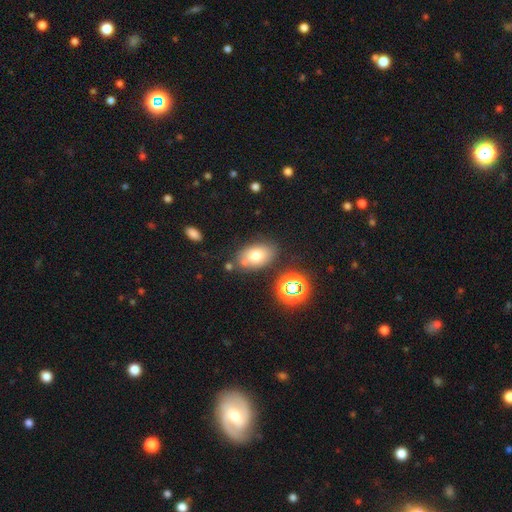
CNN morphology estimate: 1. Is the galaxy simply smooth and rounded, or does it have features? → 72% smooth, 15% featured or disk, 13% star or artifact.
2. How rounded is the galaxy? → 87% in between, 11% round, 2% cigar-shaped.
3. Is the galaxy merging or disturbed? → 71% none, 16% minor disturbance, 9% merger, 4% major disturbance.